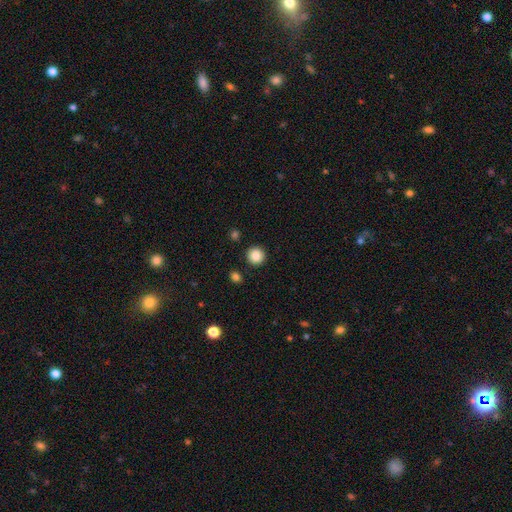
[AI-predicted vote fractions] The model was most divided on "smooth or featured": smooth: 87%, star or artifact: 9%, featured or disk: 4%. More confident: how rounded — round (94%); merging — none (91%).